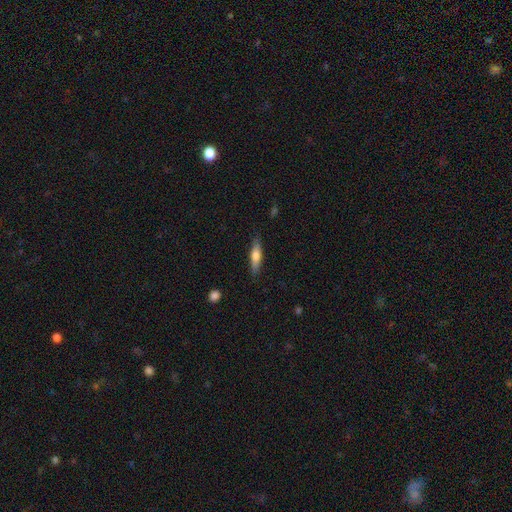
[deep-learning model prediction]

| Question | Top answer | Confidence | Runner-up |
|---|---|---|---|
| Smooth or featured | smooth | 58% | featured or disk (36%) |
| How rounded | cigar-shaped | 73% | in between (25%) |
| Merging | none | 85% | minor disturbance (11%) |